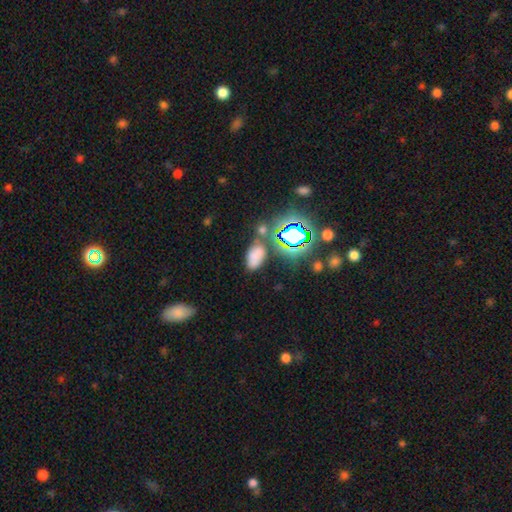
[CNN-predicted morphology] Smooth or featured? smooth (64%)
How rounded? in between (91%)
Merging? none (62%)